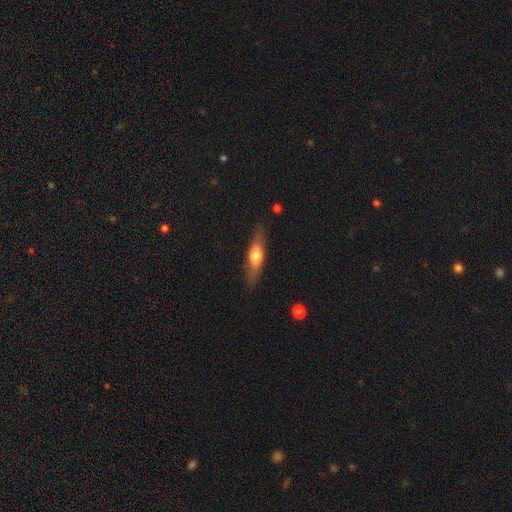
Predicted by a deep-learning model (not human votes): smooth-or-featured: smooth: 53% | featured or disk: 41% | star or artifact: 6%
  how-rounded: cigar-shaped: 62% | in between: 35% | round: 3%
  merging: none: 82% | minor disturbance: 13% | major disturbance: 3% | merger: 2%